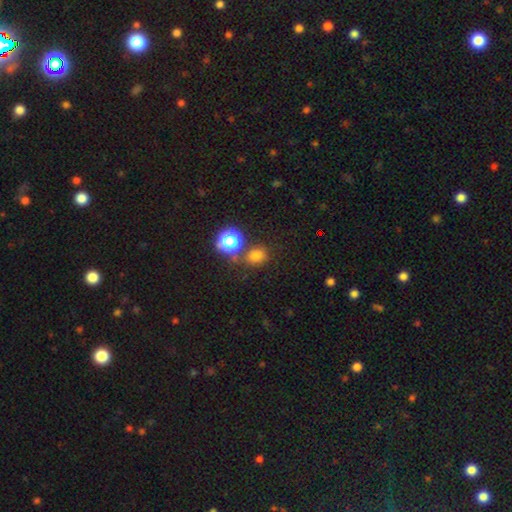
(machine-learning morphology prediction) Smooth or featured: smooth — 71% (star or artifact — 23%)
How rounded: round — 62% (in between — 37%)
Merging: none — 72% (merger — 12%)